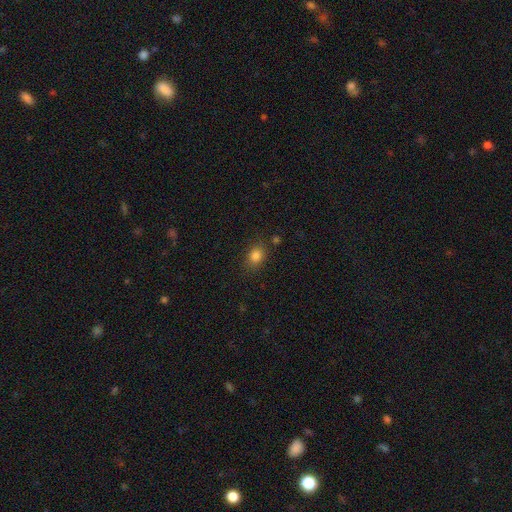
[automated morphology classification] A smooth galaxy with no disk features (82%) that is in between round and cigar-shaped (55%). Merging: none (79%).